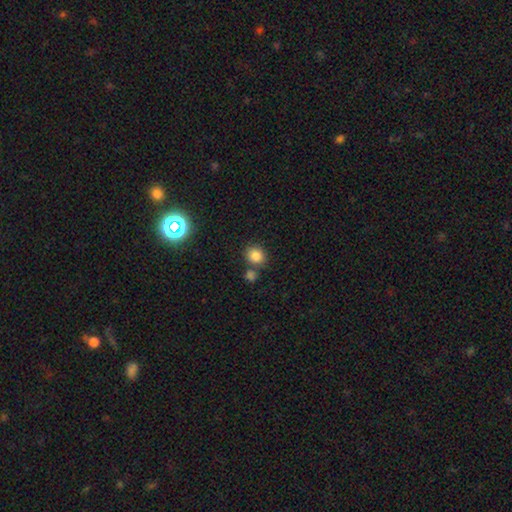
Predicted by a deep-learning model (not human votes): A smooth galaxy with no disk features (83%) that is round (75%). Merging: none (68%).